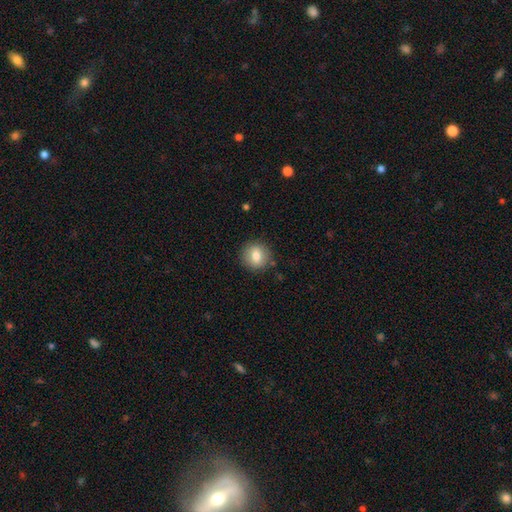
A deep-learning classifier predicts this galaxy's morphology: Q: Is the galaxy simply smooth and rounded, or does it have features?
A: smooth — 77%.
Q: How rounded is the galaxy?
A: round — 85%.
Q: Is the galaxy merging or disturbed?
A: none — 88%.